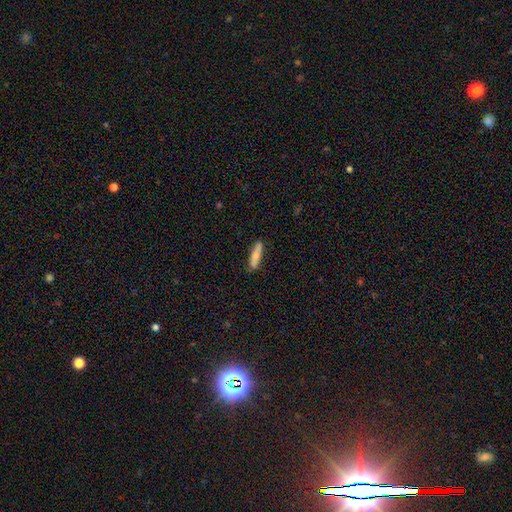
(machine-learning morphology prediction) Smooth or featured? Predicted: smooth (p=0.69). How rounded? Predicted: cigar-shaped (p=0.72). Merging? Predicted: none (p=0.84).